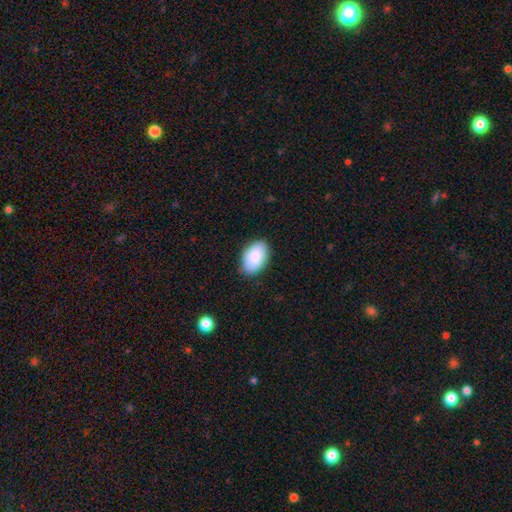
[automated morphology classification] A smooth galaxy with no disk features (86%) that is in between round and cigar-shaped (93%).

Vote fractions:
- Smooth or featured? smooth: 86% / featured or disk: 8% / star or artifact: 6%
- How rounded? in between: 93% / round: 5% / cigar-shaped: 1%
- Merging? none: 85% / minor disturbance: 12% / major disturbance: 2% / merger: 1%